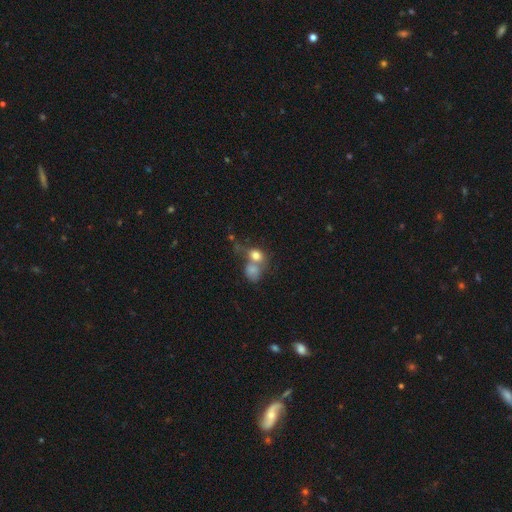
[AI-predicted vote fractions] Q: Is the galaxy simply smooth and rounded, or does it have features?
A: smooth — 75%.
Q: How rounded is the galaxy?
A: round — 57%.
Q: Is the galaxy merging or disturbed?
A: merger — 59%.